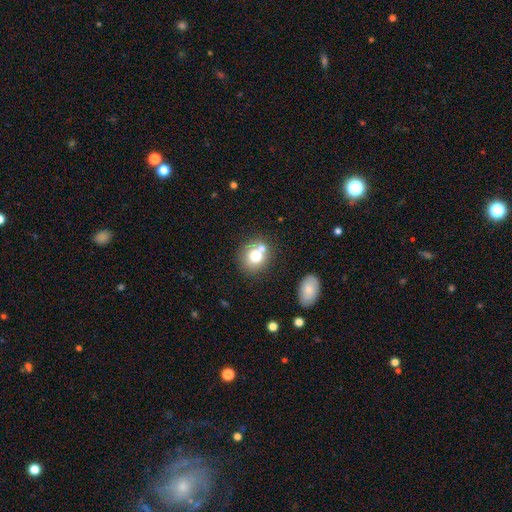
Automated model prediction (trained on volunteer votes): Smooth or featured: smooth — 72% (featured or disk — 16%)
How rounded: round — 73% (in between — 26%)
Merging: none — 58% (merger — 27%)